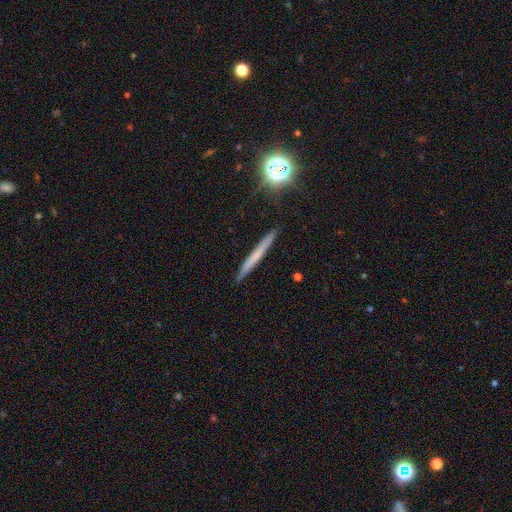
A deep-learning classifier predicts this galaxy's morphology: This appears to be a smooth galaxy with no disk features (52%) that is cigar-shaped (95%). Merging: none (90%).